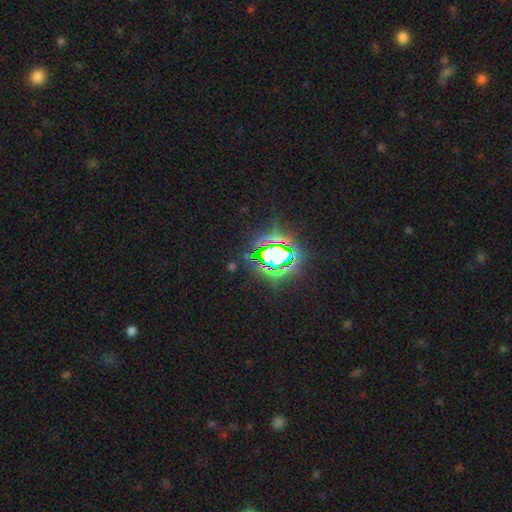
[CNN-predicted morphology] Smooth or featured: star or artifact — 83% (smooth — 11%)